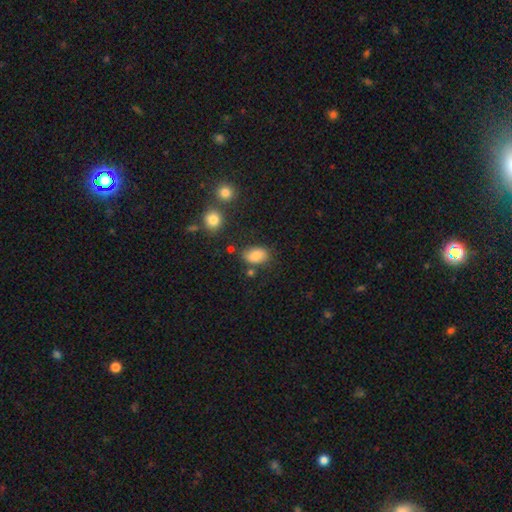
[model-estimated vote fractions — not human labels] Morphology: type=smooth (84%); roundness=in between (87%); merging=none (72%).